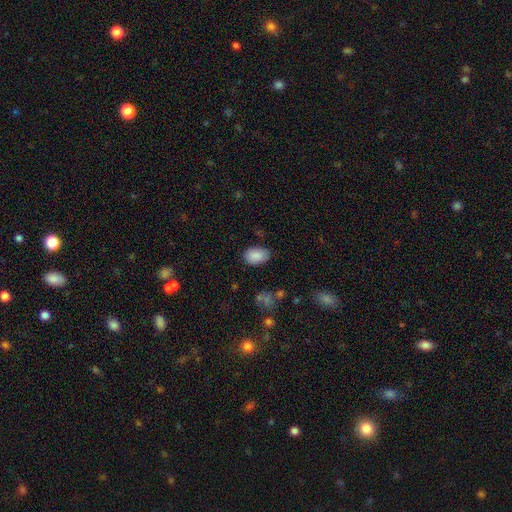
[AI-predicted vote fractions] The model was most divided on "merging": none: 79%, minor disturbance: 15%, major disturbance: 4%, merger: 2%. More confident: how rounded — in between (88%); smooth or featured — smooth (88%).